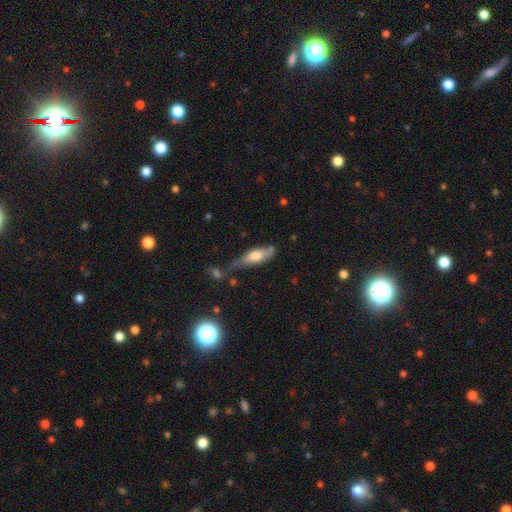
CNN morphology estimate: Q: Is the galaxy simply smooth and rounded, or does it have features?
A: smooth — 62%.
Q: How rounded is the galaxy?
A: in between — 53%.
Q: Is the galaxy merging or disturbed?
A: none — 47%.